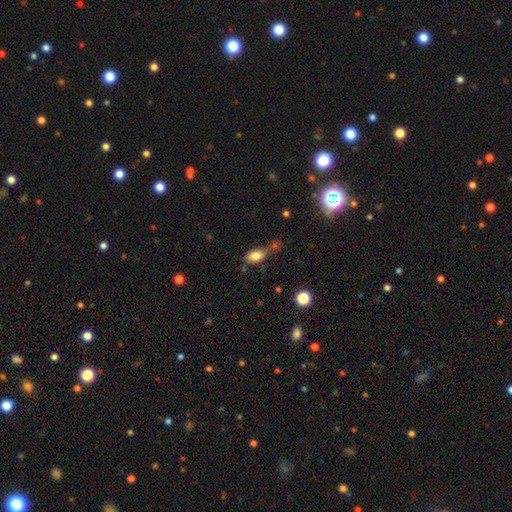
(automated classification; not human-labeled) A smooth galaxy with no disk features (81%) that is in between round and cigar-shaped (87%). Merging: none (46%).